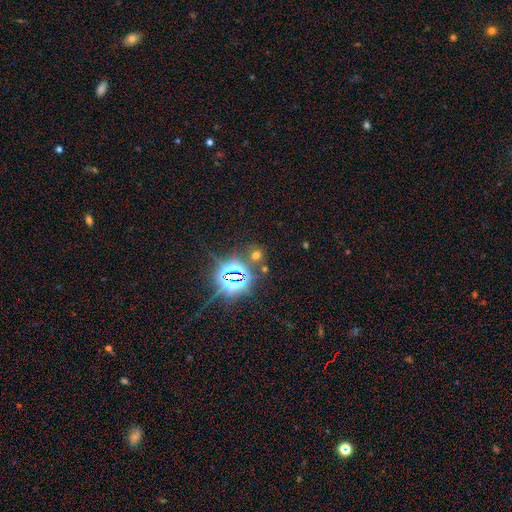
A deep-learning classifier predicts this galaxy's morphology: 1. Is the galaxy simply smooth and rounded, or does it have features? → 55% star or artifact, 37% smooth, 8% featured or disk.